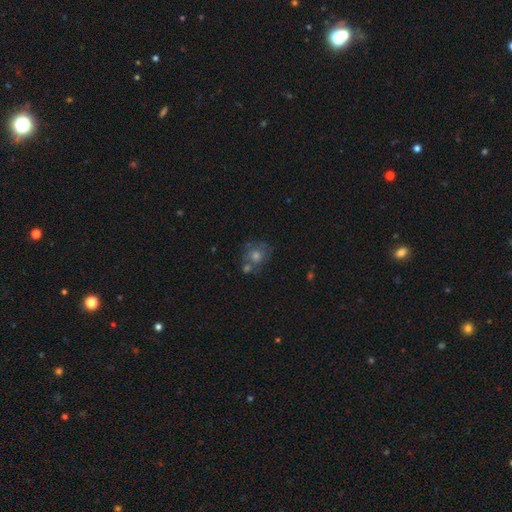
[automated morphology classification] This appears to be a smooth galaxy with no disk features (47%). Merging: none (59%).